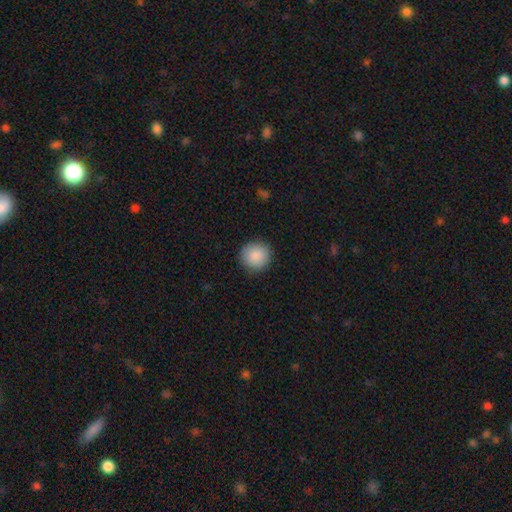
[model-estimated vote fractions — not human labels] Smooth or featured?
  - smooth: 89% *
  - star or artifact: 7%
  - featured or disk: 4%
How rounded?
  - round: 93% *
  - in between: 6%
  - cigar-shaped: 1%
Merging?
  - none: 90% *
  - minor disturbance: 7%
  - major disturbance: 2%
  - merger: 1%